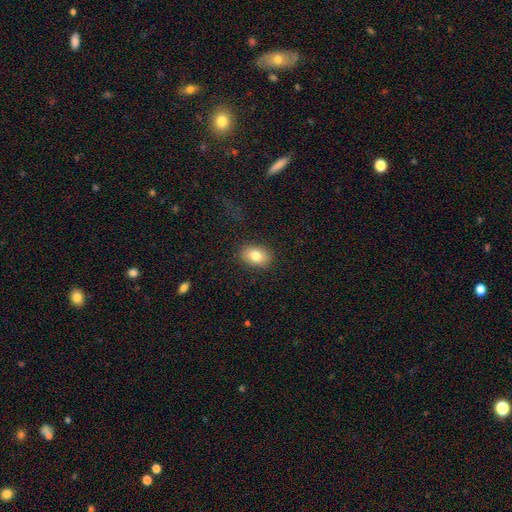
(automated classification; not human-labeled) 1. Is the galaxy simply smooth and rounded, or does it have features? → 80% smooth, 12% featured or disk, 8% star or artifact.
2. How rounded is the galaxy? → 81% in between, 18% round, 1% cigar-shaped.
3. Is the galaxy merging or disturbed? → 87% none, 9% minor disturbance, 3% major disturbance, 1% merger.